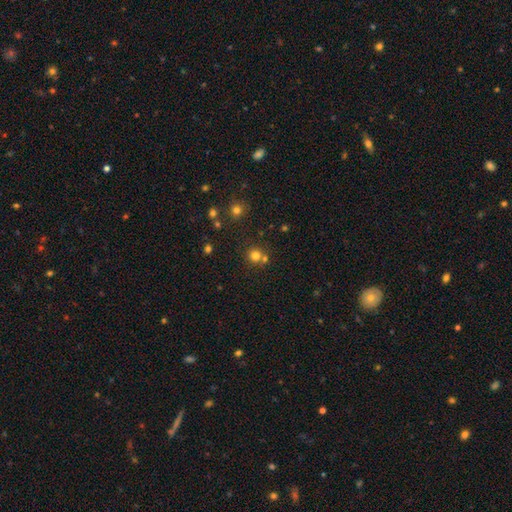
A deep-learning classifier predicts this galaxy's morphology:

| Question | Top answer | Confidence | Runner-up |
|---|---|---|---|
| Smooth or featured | smooth | 76% | star or artifact (17%) |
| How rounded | round | 92% | in between (7%) |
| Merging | none | 67% | merger (23%) |